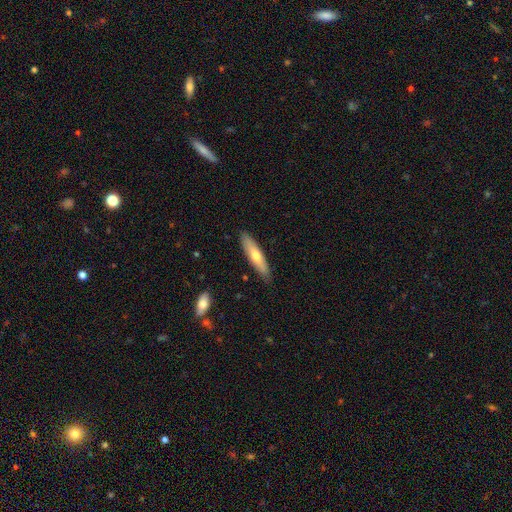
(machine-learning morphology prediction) smooth_or_featured: smooth (p=0.59) [alt: featured or disk p=0.36]
how_rounded: cigar-shaped (p=0.78) [alt: in between p=0.20]
merging: none (p=0.88) [alt: minor disturbance p=0.09]